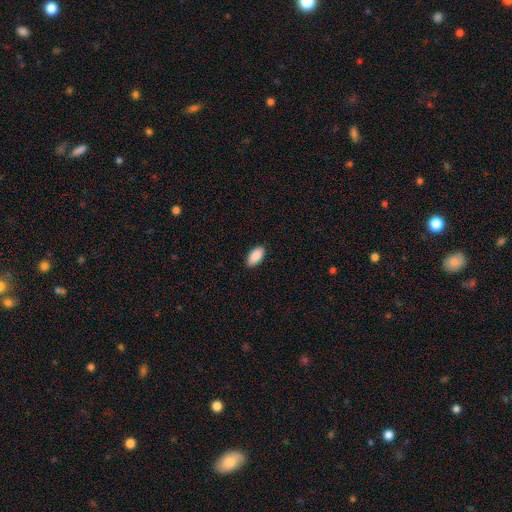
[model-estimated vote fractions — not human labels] Q: Smooth or featured?
A: smooth (90%); runner-up: star or artifact (6%)
Q: How rounded?
A: in between (95%); runner-up: cigar-shaped (3%)
Q: Merging?
A: none (89%); runner-up: minor disturbance (8%)